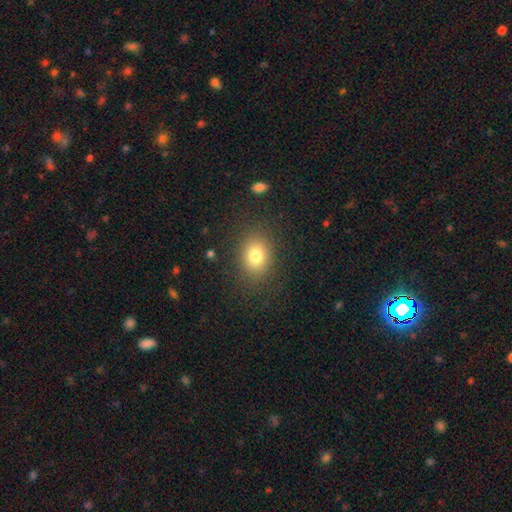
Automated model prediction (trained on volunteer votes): Smooth or featured? Predicted: smooth (p=0.79). How rounded? Predicted: in between (p=0.56). Merging? Predicted: none (p=0.85).